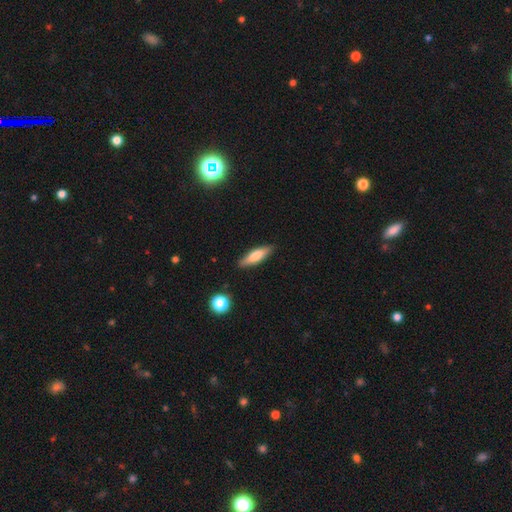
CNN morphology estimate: Smooth or featured? smooth (70%)
How rounded? cigar-shaped (63%)
Merging? none (86%)